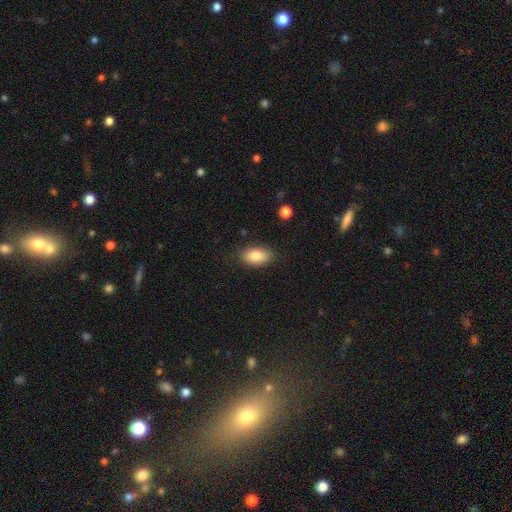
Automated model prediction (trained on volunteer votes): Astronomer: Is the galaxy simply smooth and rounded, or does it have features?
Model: smooth — 85%.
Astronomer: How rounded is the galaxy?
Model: in between — 91%.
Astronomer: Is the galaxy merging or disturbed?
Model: none — 83%.